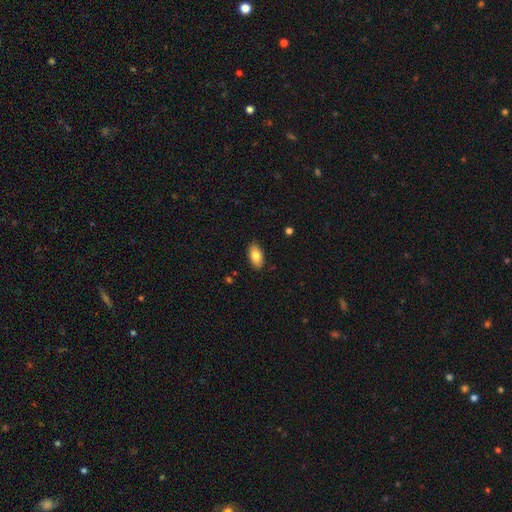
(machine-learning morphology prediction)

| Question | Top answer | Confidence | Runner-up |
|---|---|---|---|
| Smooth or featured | smooth | 83% | featured or disk (10%) |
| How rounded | in between | 93% | cigar-shaped (4%) |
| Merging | none | 88% | minor disturbance (9%) |